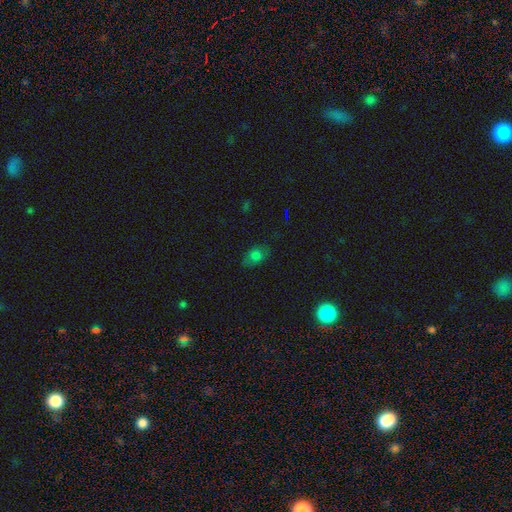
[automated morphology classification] smooth_or_featured: smooth (p=0.71) [alt: star or artifact p=0.18]
how_rounded: in between (p=0.71) [alt: round p=0.27]
merging: none (p=0.74) [alt: minor disturbance p=0.19]